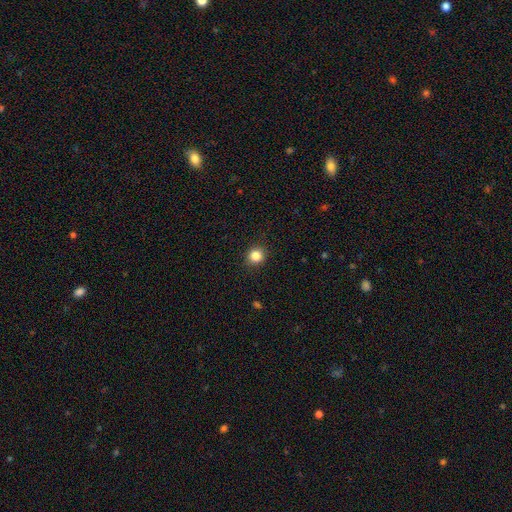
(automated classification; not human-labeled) Smooth or featured? smooth (84%)
How rounded? round (88%)
Merging? none (90%)